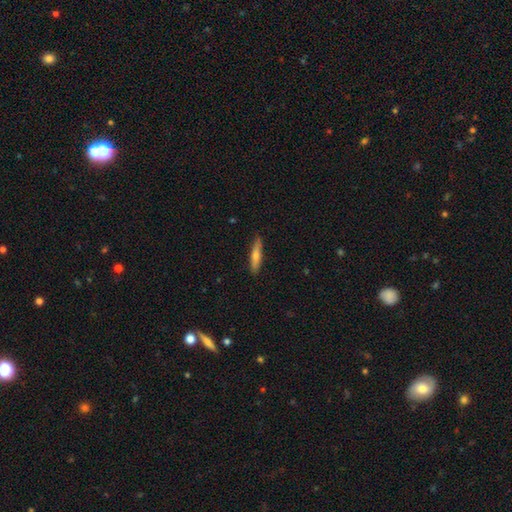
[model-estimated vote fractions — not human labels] Morphology: type=smooth (56%); roundness=cigar-shaped (86%); merging=none (89%).